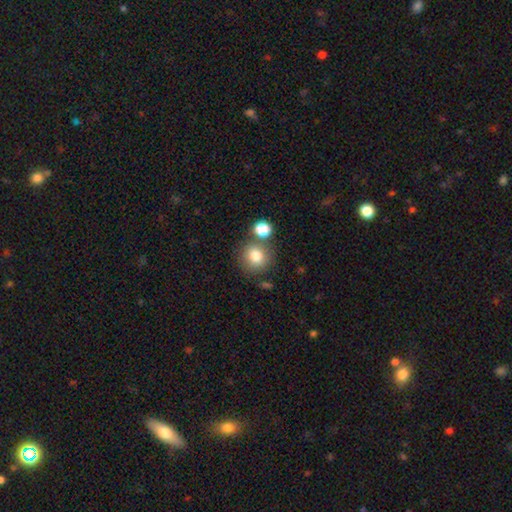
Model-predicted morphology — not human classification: A smooth galaxy with no disk features (81%) that is round (88%).

Vote fractions:
- Smooth or featured? smooth: 81% / star or artifact: 11% / featured or disk: 9%
- How rounded? round: 88% / in between: 11% / cigar-shaped: 1%
- Merging? none: 69% / merger: 17% / minor disturbance: 10% / major disturbance: 4%